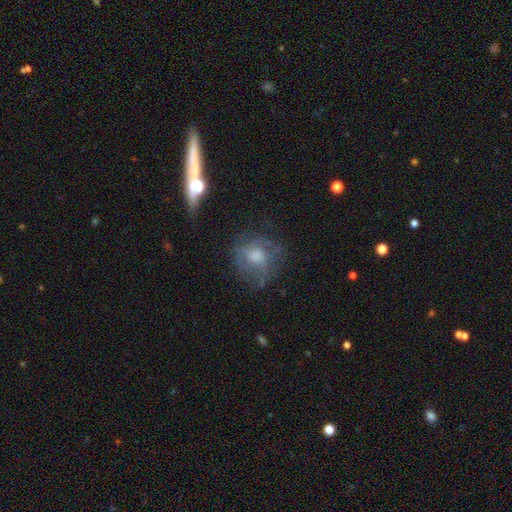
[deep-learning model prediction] Smooth or featured?
  - smooth: 43% *
  - featured or disk: 42%
  - star or artifact: 15%
Merging?
  - none: 59% *
  - minor disturbance: 21%
  - major disturbance: 17%
  - merger: 3%